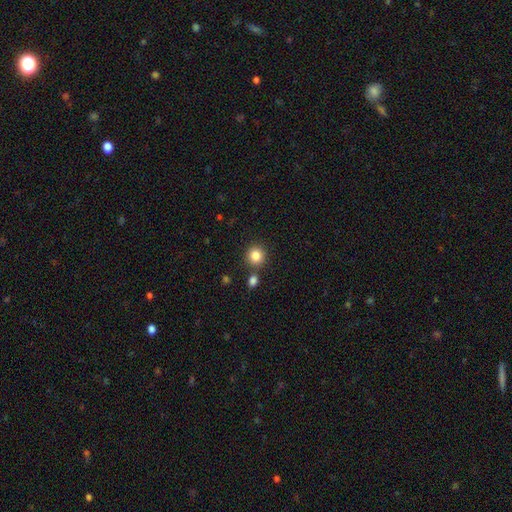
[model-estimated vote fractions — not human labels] smooth 85%, star or artifact 10%, featured or disk 5%. Down the decision tree: how rounded — round (89%); merging — none (79%).